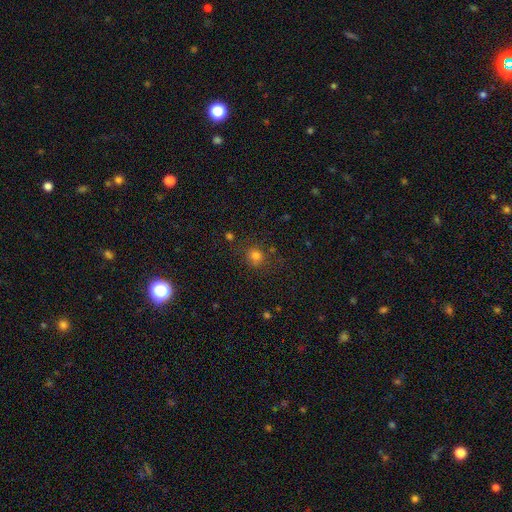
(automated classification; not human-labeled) Smooth or featured: smooth — 75% (star or artifact — 19%)
How rounded: round — 84% (in between — 15%)
Merging: none — 77% (minor disturbance — 13%)